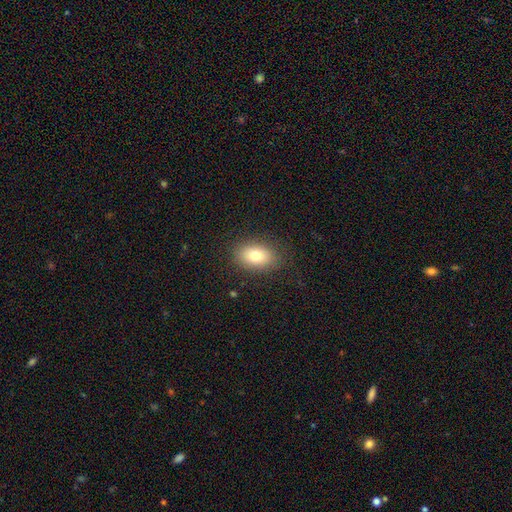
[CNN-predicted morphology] A smooth galaxy with no disk features (78%) that is in between round and cigar-shaped (84%). Merging: none (85%).